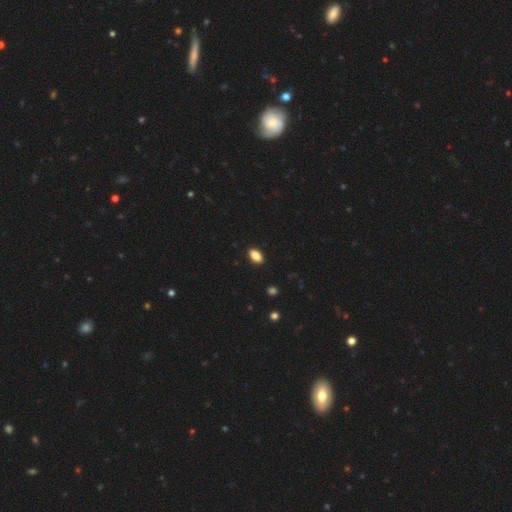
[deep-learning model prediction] Smooth or featured: smooth — 85% (star or artifact — 8%)
How rounded: in between — 91% (round — 5%)
Merging: none — 90% (minor disturbance — 7%)